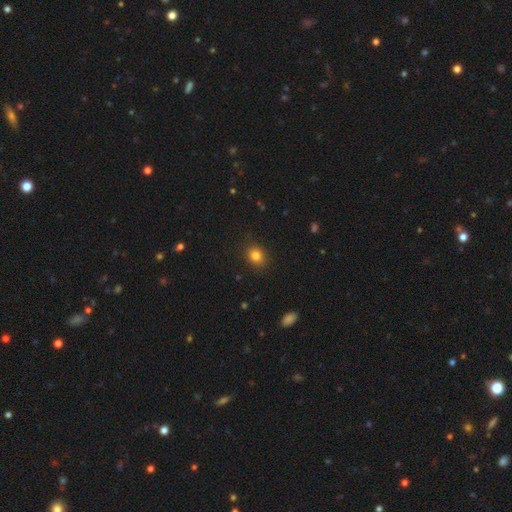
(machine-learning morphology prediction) A smooth galaxy with no disk features (83%) that is round (66%). Merging: none (88%).